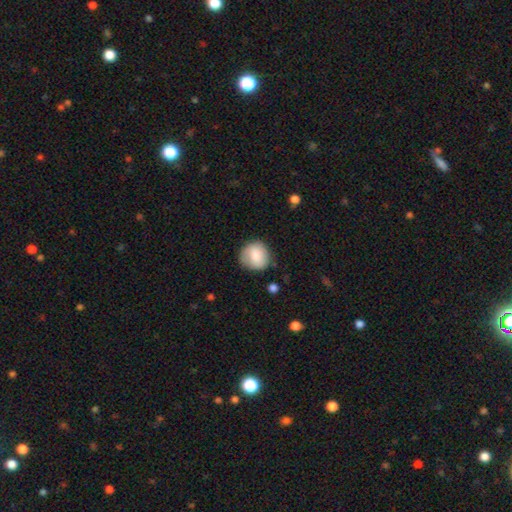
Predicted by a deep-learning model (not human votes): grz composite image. It shows a smooth galaxy with no disk features (78%) that is round (87%). Merging: none (78%).